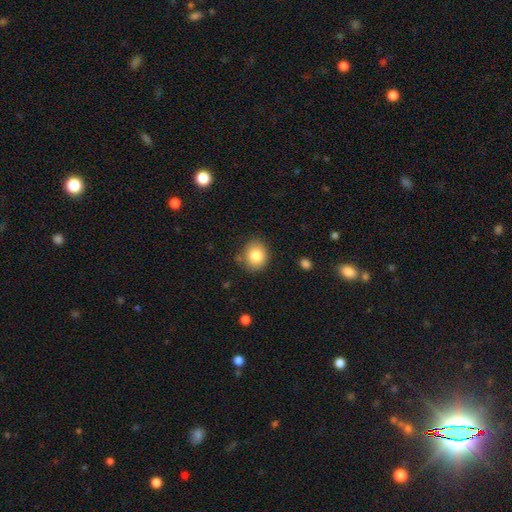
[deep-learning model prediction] Morphology: type=smooth (83%); roundness=round (69%); merging=none (77%).